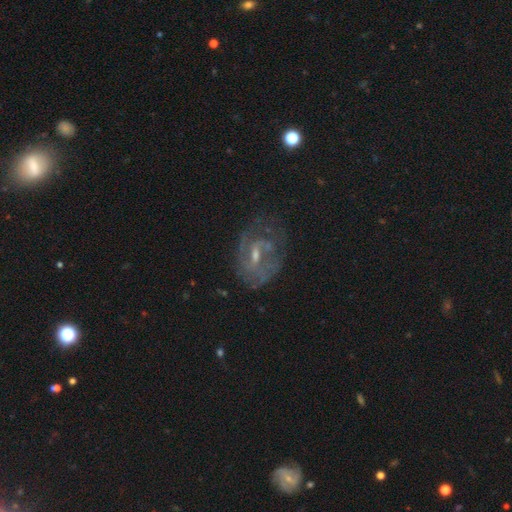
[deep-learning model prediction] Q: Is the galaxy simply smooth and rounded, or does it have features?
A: featured or disk — 75%.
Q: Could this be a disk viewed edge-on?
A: no — 96%.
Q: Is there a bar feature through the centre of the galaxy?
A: weak — 54%.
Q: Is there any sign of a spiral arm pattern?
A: yes — 74%.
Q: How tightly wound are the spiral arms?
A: medium — 40%.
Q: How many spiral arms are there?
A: can't tell — 37%.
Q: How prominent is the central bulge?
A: small — 50%.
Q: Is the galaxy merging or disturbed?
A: none — 52%.